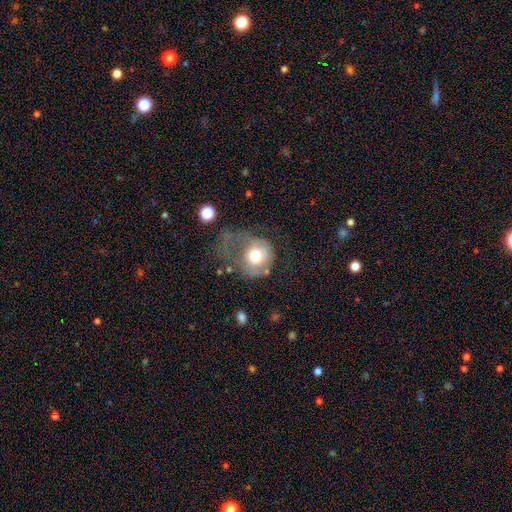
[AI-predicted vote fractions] Smooth or featured: smooth — 62% (featured or disk — 30%)
How rounded: round — 76% (in between — 23%)
Merging: major disturbance — 54% (none — 21%)